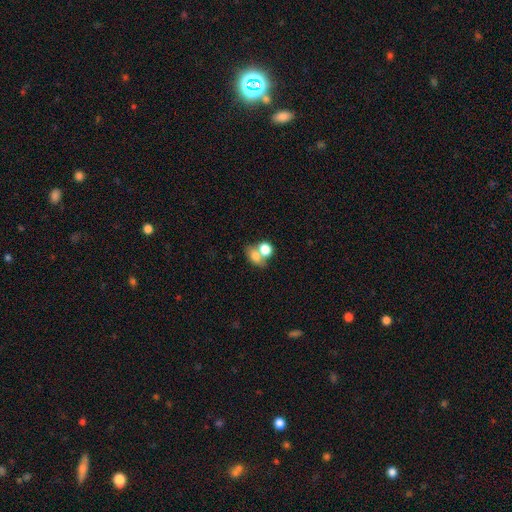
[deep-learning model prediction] This is likely a smooth galaxy (74%). How rounded: likely in between (61%). Merging: possibly merger (54%).